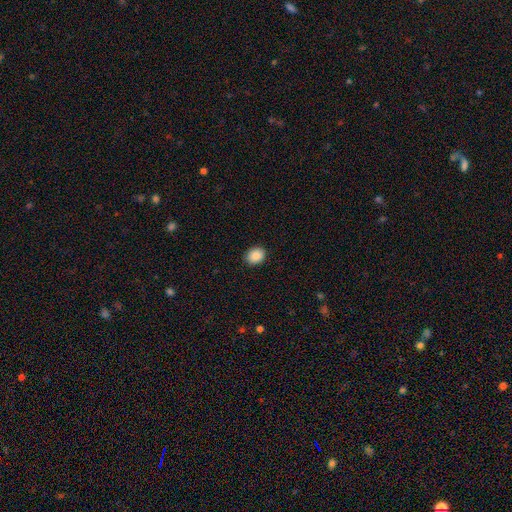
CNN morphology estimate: smooth 88%, star or artifact 8%, featured or disk 4%. Down the decision tree: how rounded — in between (50%); merging — none (90%).